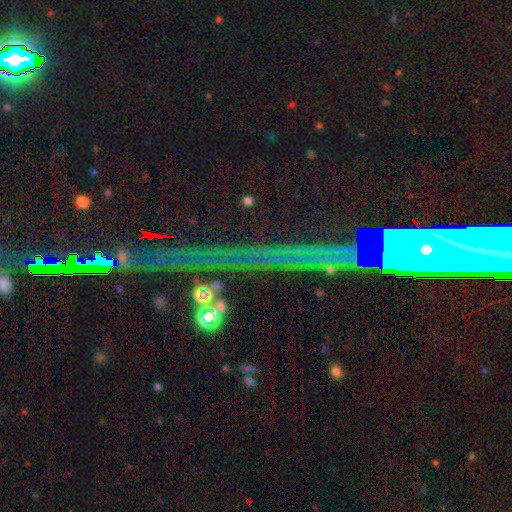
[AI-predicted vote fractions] Q: Smooth or featured?
A: star or artifact (70%); runner-up: featured or disk (16%)